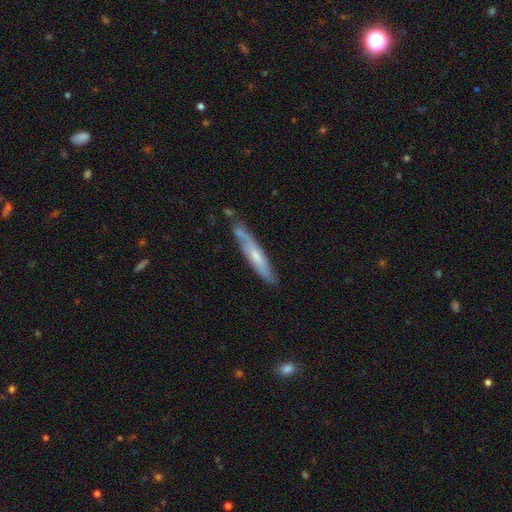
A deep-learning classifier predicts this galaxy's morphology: Q: Smooth or featured?
A: featured or disk (54%); runner-up: smooth (40%)
Q: Edge-on disk?
A: yes (66%); runner-up: no (34%)
Q: Merging?
A: none (66%); runner-up: minor disturbance (24%)